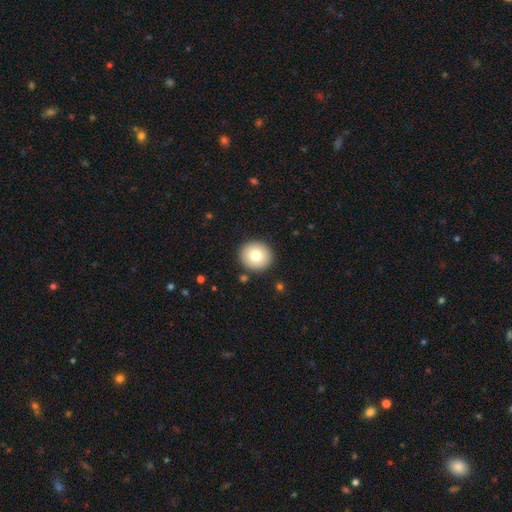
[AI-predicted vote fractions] Smooth or featured? Predicted: smooth (p=0.77). How rounded? Predicted: round (p=0.91). Merging? Predicted: none (p=0.90).